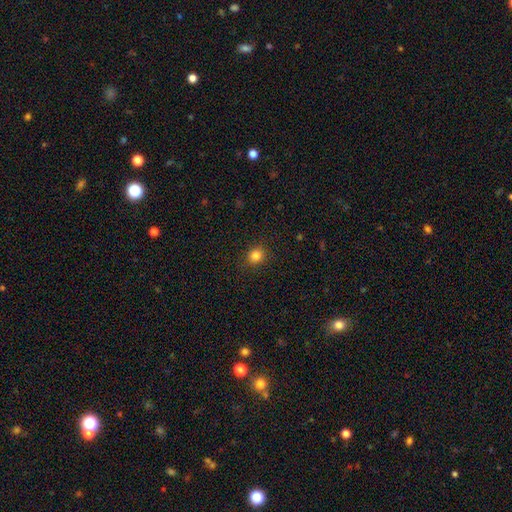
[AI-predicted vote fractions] Smooth or featured?
  - smooth: 83% *
  - star or artifact: 12%
  - featured or disk: 5%
How rounded?
  - round: 81% *
  - in between: 18%
  - cigar-shaped: 1%
Merging?
  - none: 89% *
  - minor disturbance: 8%
  - major disturbance: 2%
  - merger: 1%